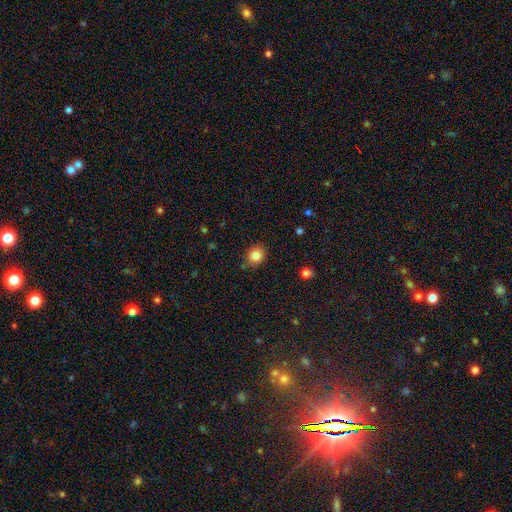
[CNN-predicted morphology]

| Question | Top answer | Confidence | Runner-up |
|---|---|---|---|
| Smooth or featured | smooth | 84% | star or artifact (10%) |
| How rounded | round | 70% | in between (29%) |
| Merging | none | 83% | minor disturbance (11%) |